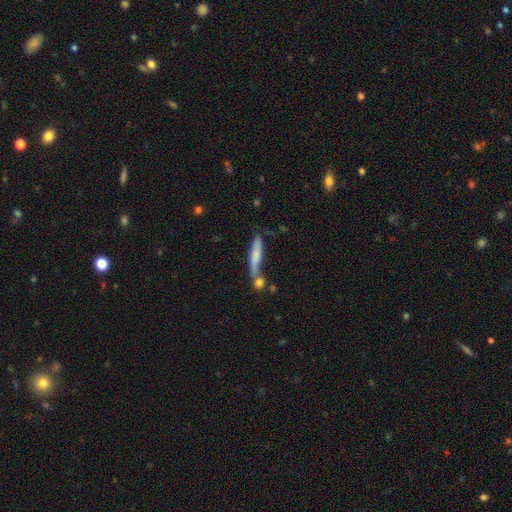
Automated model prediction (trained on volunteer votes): This appears to be a smooth galaxy with no disk features (65%) that is cigar-shaped (87%). Merging: none (51%).